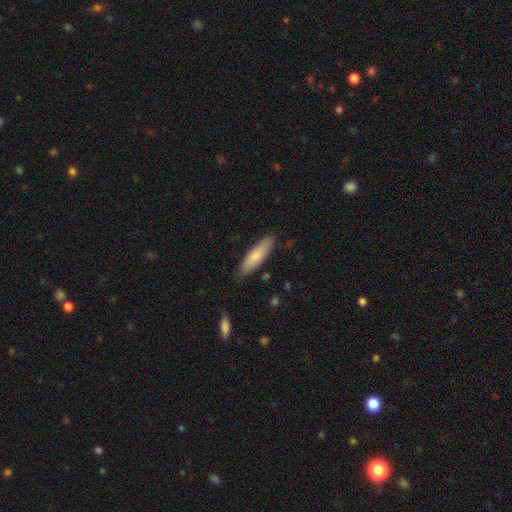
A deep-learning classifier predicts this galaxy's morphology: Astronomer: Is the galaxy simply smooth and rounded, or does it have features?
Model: smooth — 77%.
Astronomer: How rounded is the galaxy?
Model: cigar-shaped — 64%.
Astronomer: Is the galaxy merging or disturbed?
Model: none — 83%.